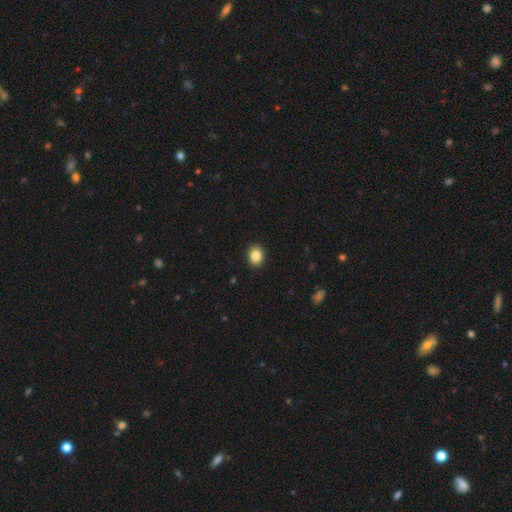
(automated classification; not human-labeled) smooth-or-featured: smooth: 86% | star or artifact: 9% | featured or disk: 5%
  how-rounded: round: 50% | in between: 49% | cigar-shaped: 1%
  merging: none: 91% | minor disturbance: 6% | major disturbance: 2% | merger: 1%